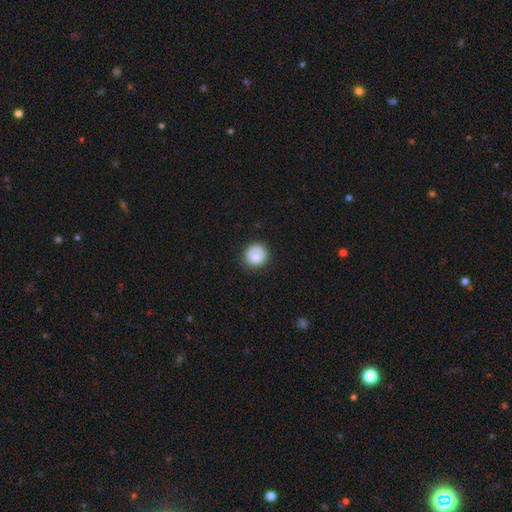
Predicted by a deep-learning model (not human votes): Smooth or featured? Predicted: smooth (p=0.82). How rounded? Predicted: round (p=0.90). Merging? Predicted: none (p=0.78).